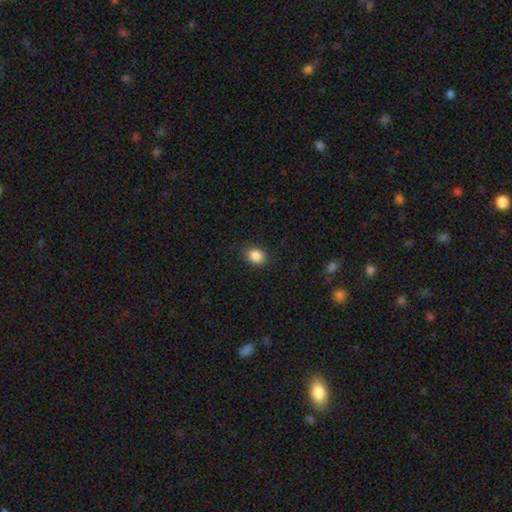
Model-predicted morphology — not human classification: This appears to be a smooth galaxy with no disk features (87%) that is round (52%). Merging: none (86%).